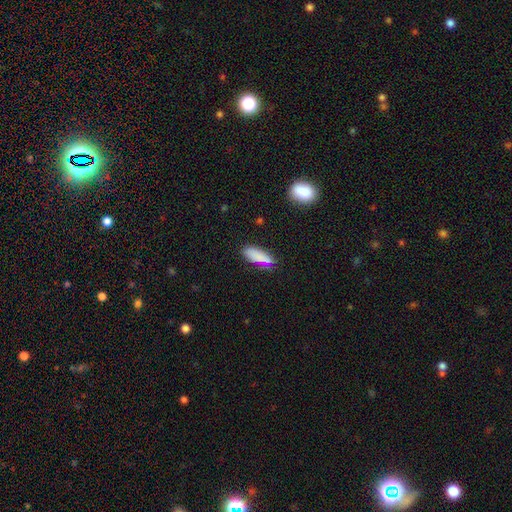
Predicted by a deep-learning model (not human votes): Q: Smooth or featured?
A: smooth (82%); runner-up: star or artifact (11%)
Q: How rounded?
A: in between (69%); runner-up: cigar-shaped (28%)
Q: Merging?
A: none (73%); runner-up: minor disturbance (18%)